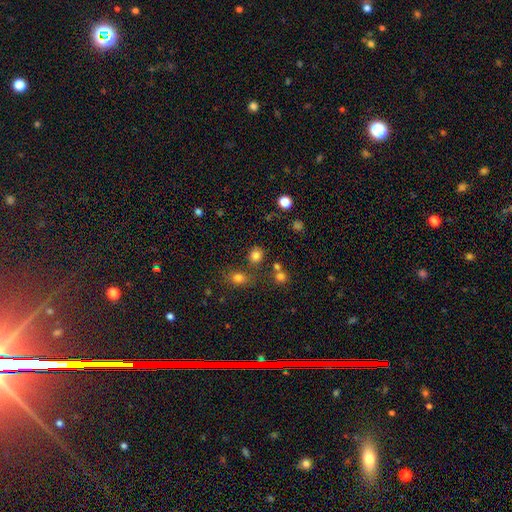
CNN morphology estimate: This is clearly a smooth galaxy (80%). How rounded: likely round (78%). Merging: likely none (75%).